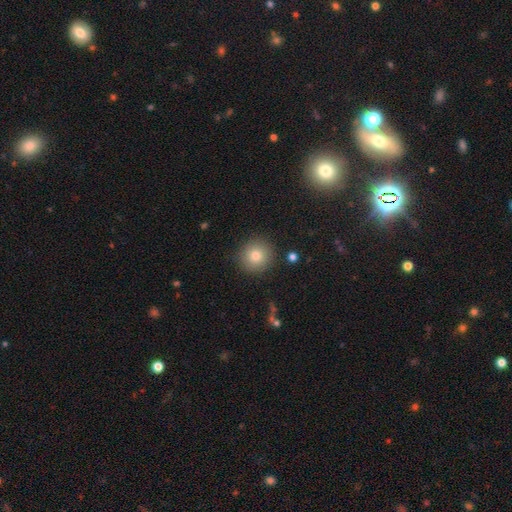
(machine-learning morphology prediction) Smooth or featured? smooth (81%)
How rounded? round (93%)
Merging? none (89%)